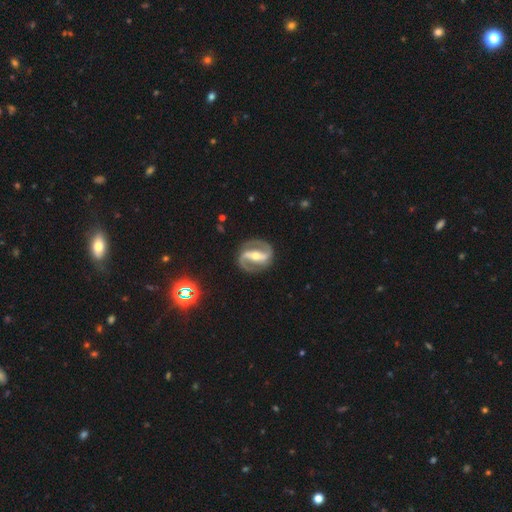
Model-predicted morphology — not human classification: type=featured or disk (91%); edge-on=no (97%); bar=strong (69%); spiral arms=yes (96%); winding=medium (54%); arm count=2 (93%); bulge=moderate (57%); merging=none (87%).